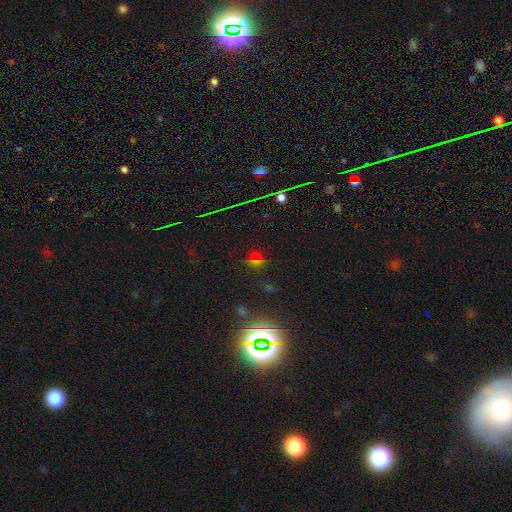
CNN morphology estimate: Smooth or featured? star or artifact (56%)